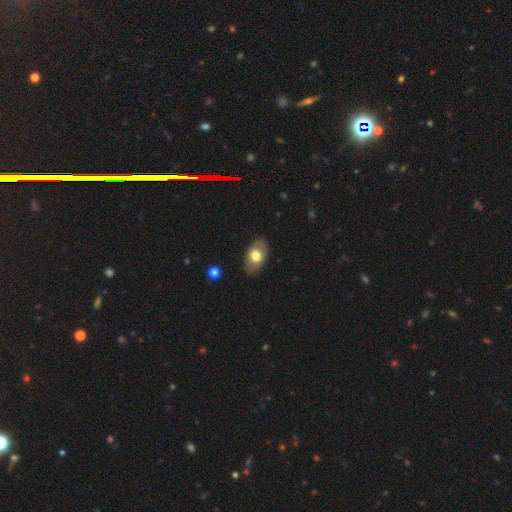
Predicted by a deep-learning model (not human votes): A smooth galaxy with no disk features (67%) that is in between round and cigar-shaped (88%). Merging: none (85%).